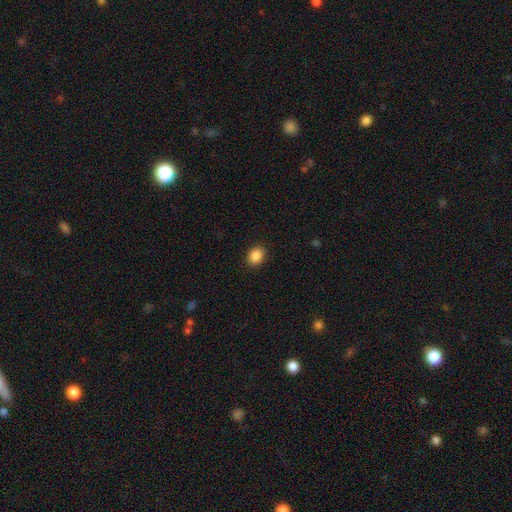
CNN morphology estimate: Smooth or featured?
  - smooth: 88% *
  - star or artifact: 9%
  - featured or disk: 3%
How rounded?
  - in between: 54% *
  - round: 45%
  - cigar-shaped: 1%
Merging?
  - none: 90% *
  - minor disturbance: 7%
  - major disturbance: 2%
  - merger: 1%